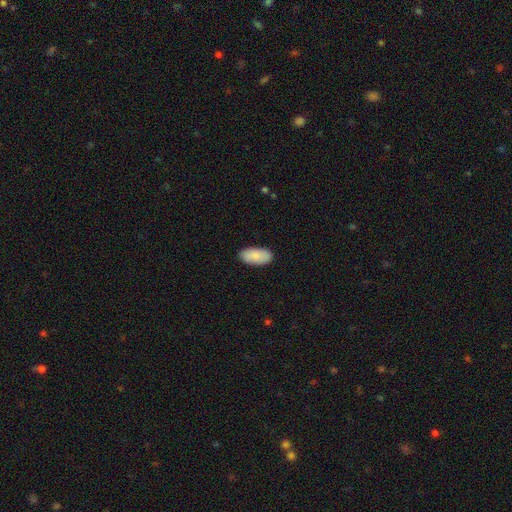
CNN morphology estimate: Smooth or featured? smooth (88%)
How rounded? in between (94%)
Merging? none (87%)